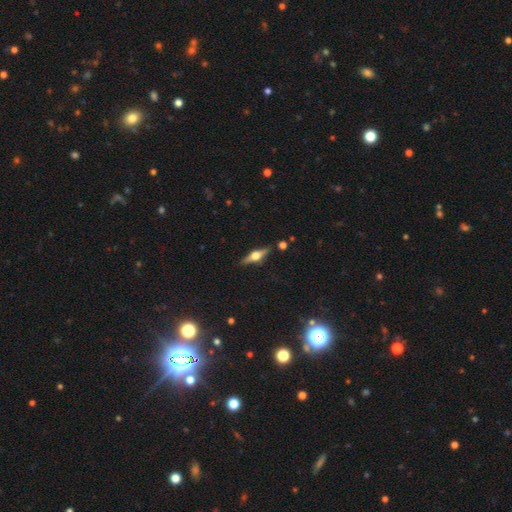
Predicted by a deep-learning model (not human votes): Smooth or featured: featured or disk — 72% (smooth — 21%)
Edge-on disk: yes — 96% (no — 4%)
Edge-on bulge: rounded — 95% (boxy — 4%)
Merging: none — 87% (minor disturbance — 8%)